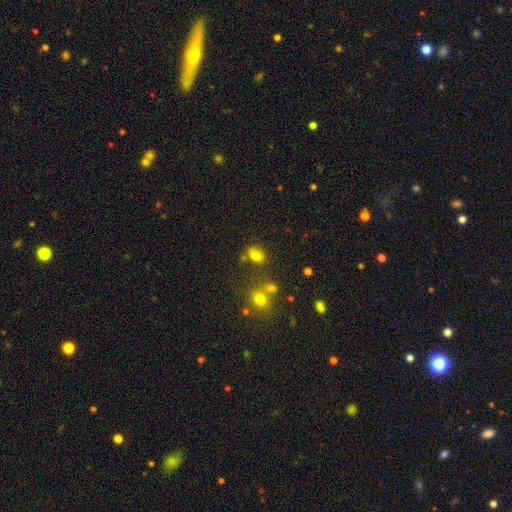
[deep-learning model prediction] Morphology: type=smooth (74%); roundness=in between (73%); merging=none (64%).